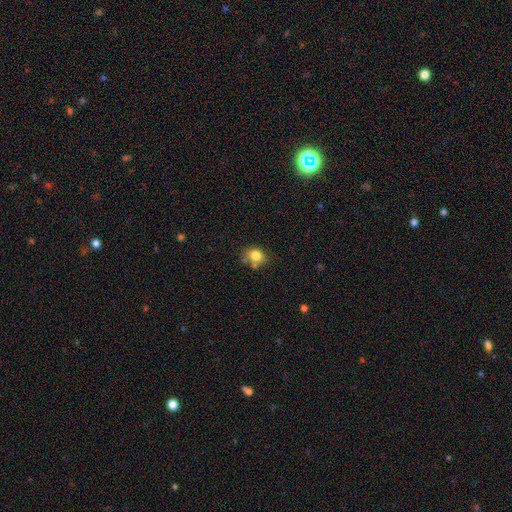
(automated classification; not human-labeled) This appears to be a smooth galaxy with no disk features (80%) that is round (57%). Merging: none (60%).